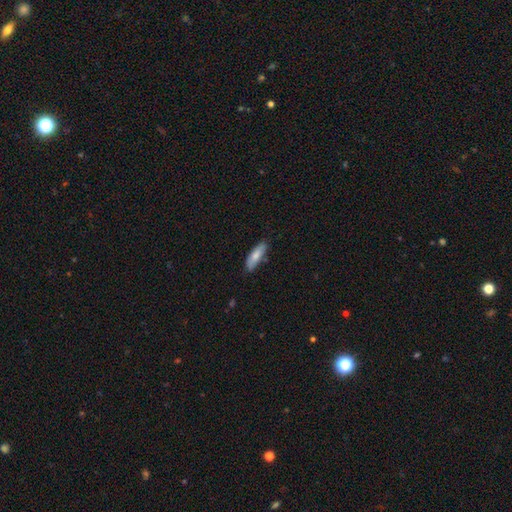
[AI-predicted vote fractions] A smooth galaxy with no disk features (76%) that is in between round and cigar-shaped (49%, tied with cigar-shaped).

Vote fractions:
- Smooth or featured? smooth: 76% / featured or disk: 18% / star or artifact: 6%
- How rounded? in between: 49% (tied) / cigar-shaped: 49% (tied) / round: 2%
- Merging? none: 80% / minor disturbance: 15% / merger: 2% / major disturbance: 2%